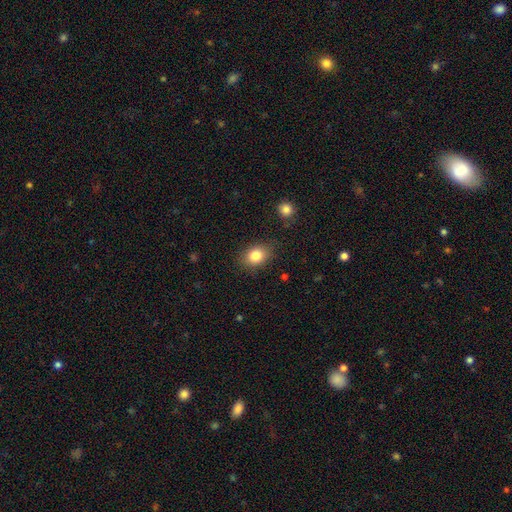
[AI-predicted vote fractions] smooth_or_featured: smooth (p=0.83) [alt: star or artifact p=0.09]
how_rounded: in between (p=0.66) [alt: round p=0.32]
merging: none (p=0.81) [alt: minor disturbance p=0.14]